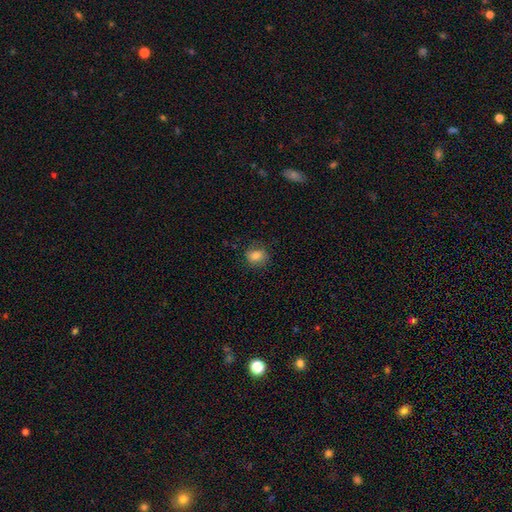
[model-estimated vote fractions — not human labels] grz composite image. It shows a smooth galaxy with no disk features (81%) that is round (62%). Merging: none (81%).